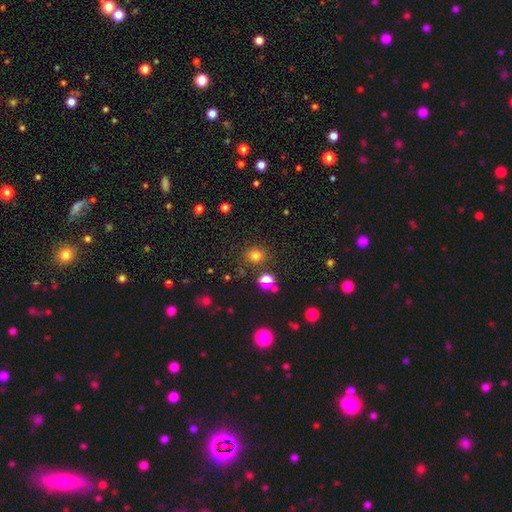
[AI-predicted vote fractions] Smooth or featured? Predicted: smooth (p=0.74). How rounded? Predicted: round (p=0.82). Merging? Predicted: none (p=0.83).